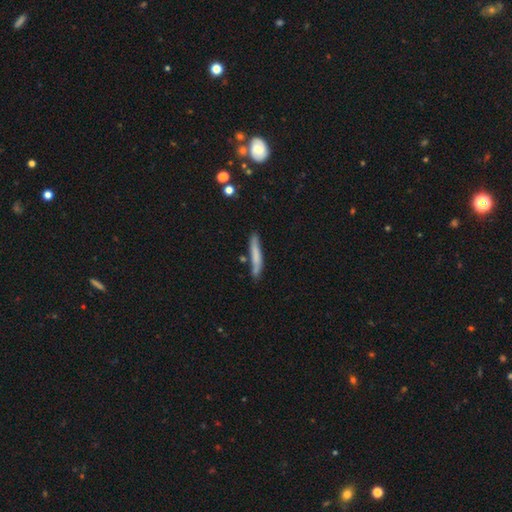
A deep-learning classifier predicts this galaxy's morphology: This appears to be a smooth galaxy with no disk features (68%) that is cigar-shaped (94%). Merging: none (74%).